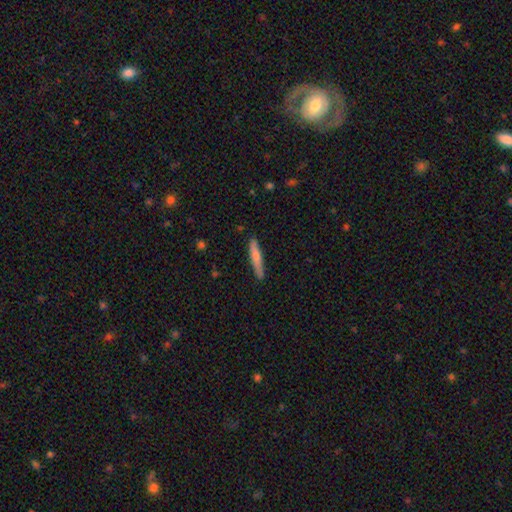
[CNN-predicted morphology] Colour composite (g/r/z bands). It shows a smooth galaxy with no disk features (64%) that is cigar-shaped (93%). Merging: none (87%).